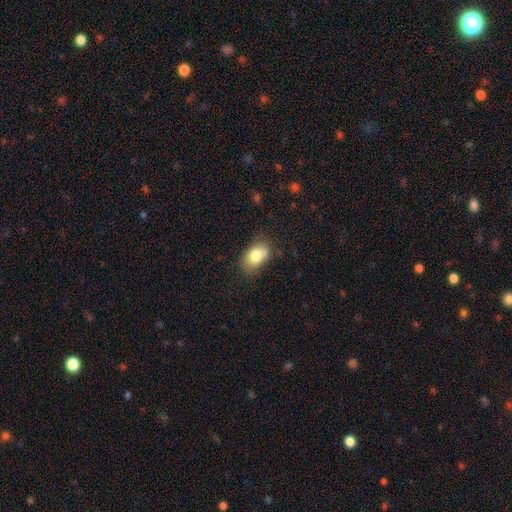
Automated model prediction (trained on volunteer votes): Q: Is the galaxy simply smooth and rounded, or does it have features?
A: smooth — 79%.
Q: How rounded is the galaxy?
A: in between — 84%.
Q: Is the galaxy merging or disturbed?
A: none — 62%.